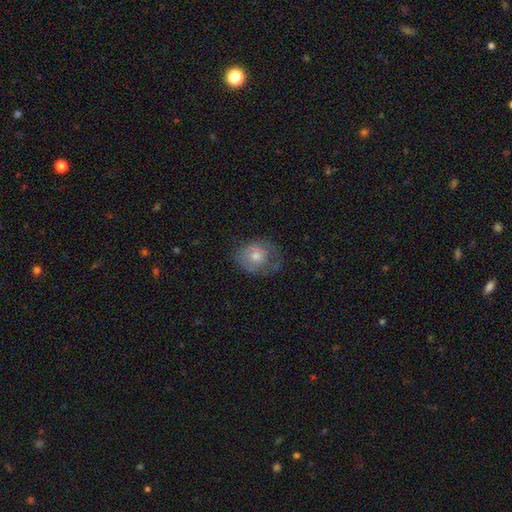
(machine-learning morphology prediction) This is possibly a smooth galaxy (49%). Merging: possibly none (56%).